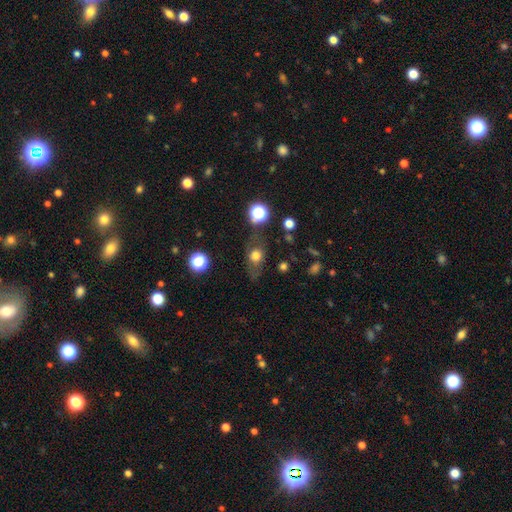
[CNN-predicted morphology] Smooth or featured? Predicted: smooth (p=0.64). How rounded? Predicted: in between (p=0.56). Merging? Predicted: none (p=0.64).